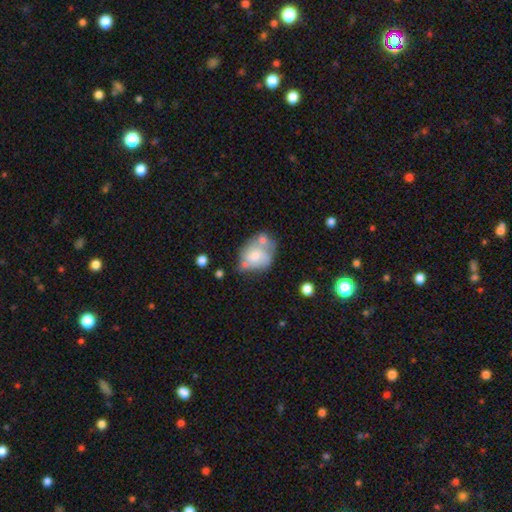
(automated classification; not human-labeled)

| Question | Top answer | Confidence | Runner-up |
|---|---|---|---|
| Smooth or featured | smooth | 54% | featured or disk (38%) |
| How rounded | round | 52% | in between (46%) |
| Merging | merger | 39% | none (28%) |